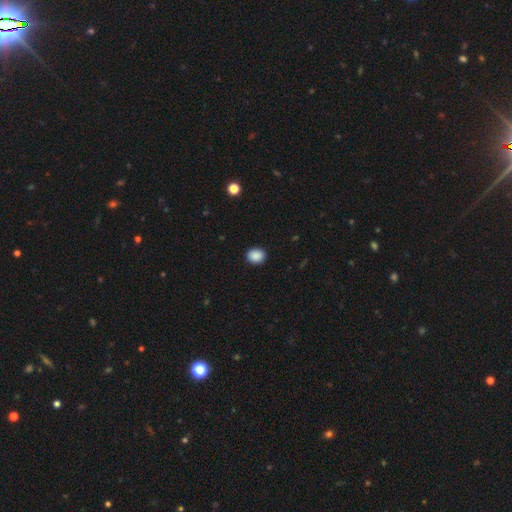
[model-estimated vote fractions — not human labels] Overall: smooth (89%). How rounded: round (57%; in between 42%). Merging: none (90%).